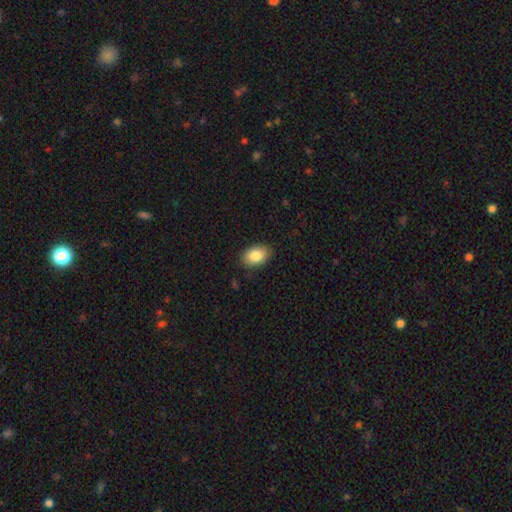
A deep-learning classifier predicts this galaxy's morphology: Smooth or featured? smooth (86%)
How rounded? in between (85%)
Merging? none (85%)